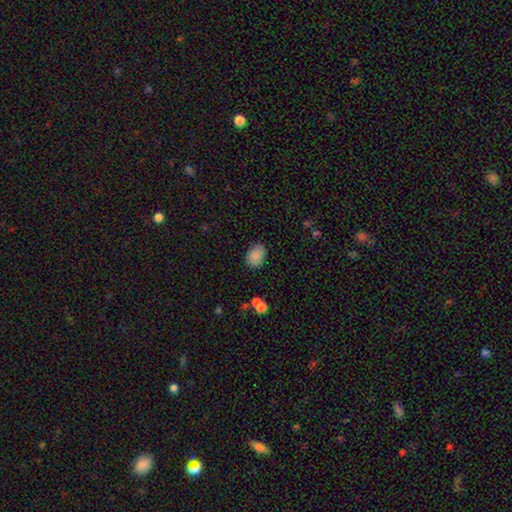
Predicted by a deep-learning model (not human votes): A smooth galaxy with no disk features (87%) that is in between round and cigar-shaped (77%). Merging: none (83%).